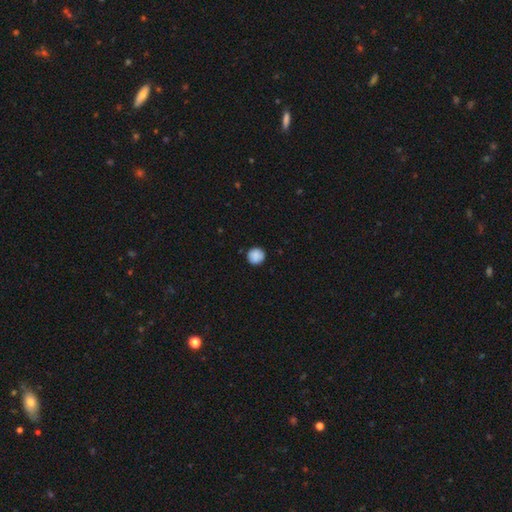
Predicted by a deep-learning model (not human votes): Q: Smooth or featured?
A: smooth (87%); runner-up: star or artifact (8%)
Q: How rounded?
A: round (94%); runner-up: in between (5%)
Q: Merging?
A: none (86%); runner-up: minor disturbance (11%)